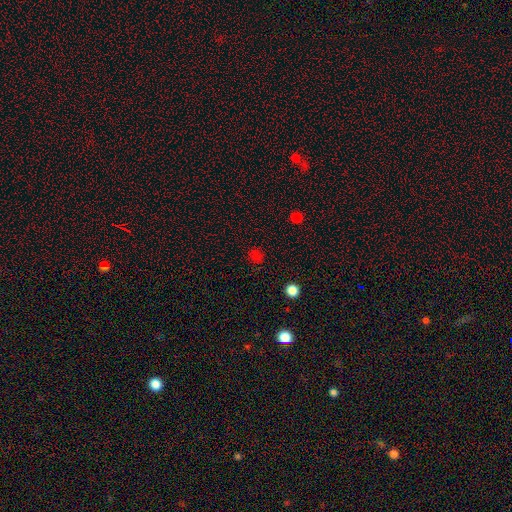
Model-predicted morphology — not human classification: Smooth or featured?
  - smooth: 61% *
  - star or artifact: 33%
  - featured or disk: 6%
How rounded?
  - round: 86% *
  - in between: 13%
  - cigar-shaped: 1%
Merging?
  - none: 85% *
  - minor disturbance: 9%
  - major disturbance: 4%
  - merger: 2%